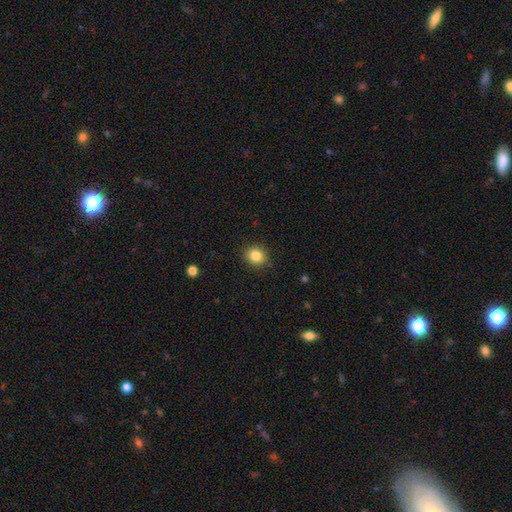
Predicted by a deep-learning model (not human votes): smooth_or_featured: smooth (p=0.84) [alt: star or artifact p=0.11]
how_rounded: round (p=0.81) [alt: in between p=0.18]
merging: none (p=0.90) [alt: minor disturbance p=0.07]